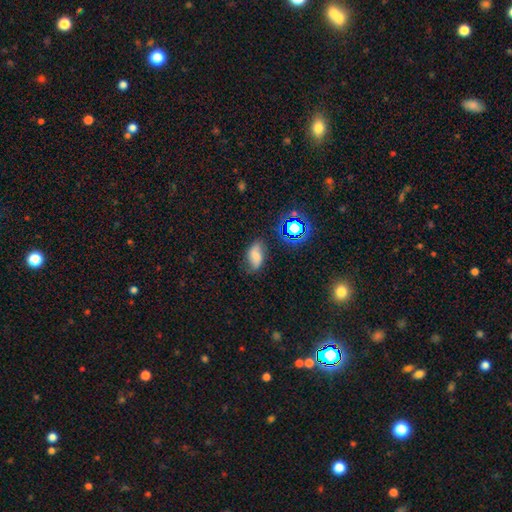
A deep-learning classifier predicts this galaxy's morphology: A smooth galaxy with no disk features (57%) that is in between round and cigar-shaped (88%).

Vote fractions:
- Smooth or featured? smooth: 57% / featured or disk: 27% / star or artifact: 16%
- How rounded? in between: 88% / round: 8% / cigar-shaped: 3%
- Merging? none: 68% / minor disturbance: 24% / major disturbance: 7% / merger: 2%